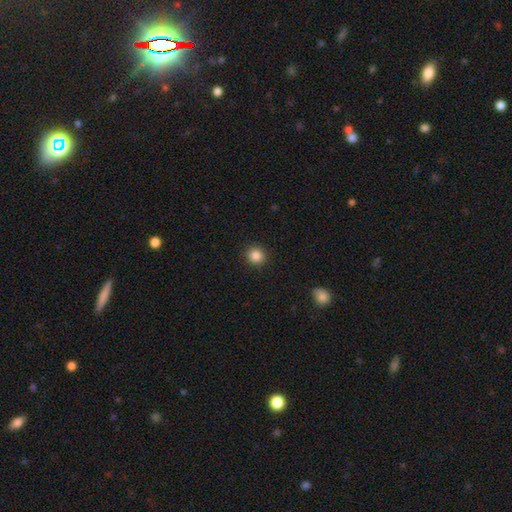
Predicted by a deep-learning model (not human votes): This is clearly a smooth galaxy (86%). How rounded: clearly round (92%). Merging: clearly none (92%).